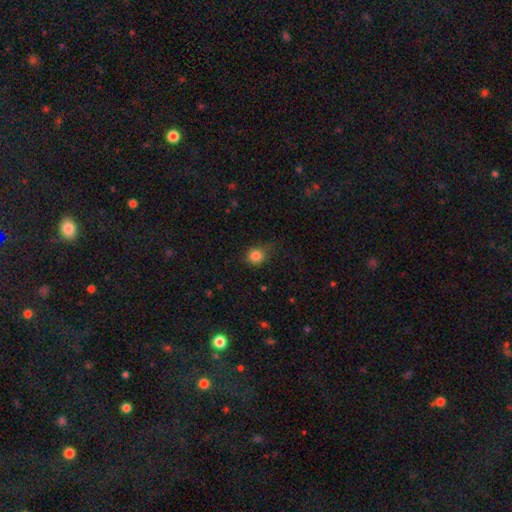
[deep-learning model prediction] Smooth or featured: smooth — 84% (star or artifact — 11%)
How rounded: round — 81% (in between — 18%)
Merging: none — 68% (minor disturbance — 24%)